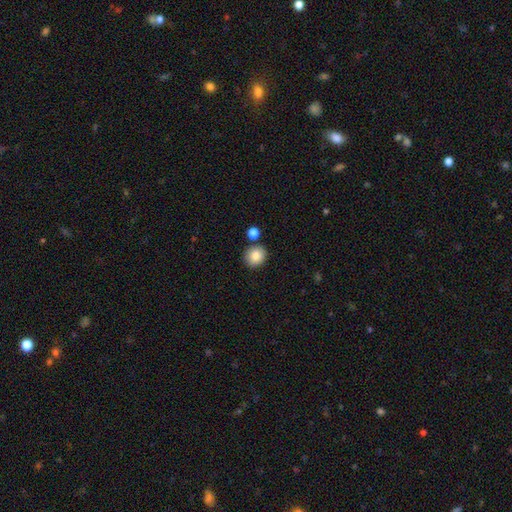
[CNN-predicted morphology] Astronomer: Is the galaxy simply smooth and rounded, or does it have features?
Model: smooth — 85%.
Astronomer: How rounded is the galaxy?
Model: round — 84%.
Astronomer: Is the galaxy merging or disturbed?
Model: none — 81%.